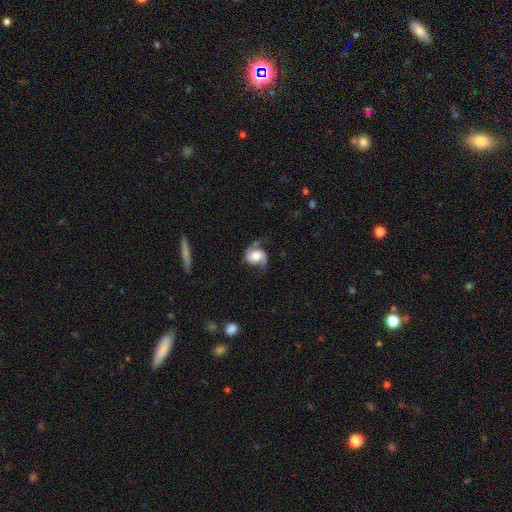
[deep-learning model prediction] A featured or disk galaxy (73%) with no bar (63%), 2 (82%) loose (43%) spiral arms (95%) and a moderate central bulge (39%). Merging: none (60%).